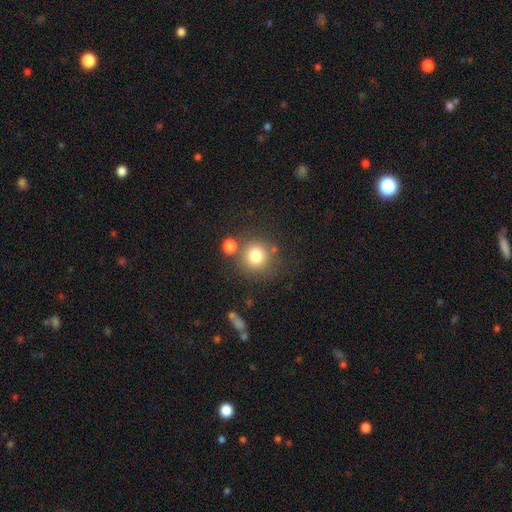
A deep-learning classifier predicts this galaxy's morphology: smooth_or_featured: smooth (p=0.78) [alt: star or artifact p=0.12]
how_rounded: round (p=0.90) [alt: in between p=0.09]
merging: none (p=0.72) [alt: merger p=0.12]